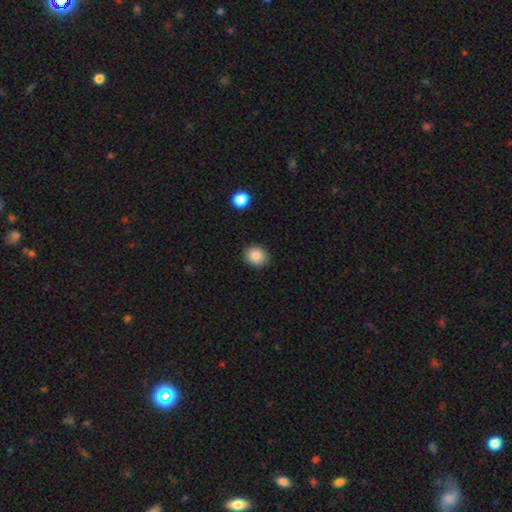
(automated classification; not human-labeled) A smooth galaxy with no disk features (88%) that is round (71%). Merging: none (89%).